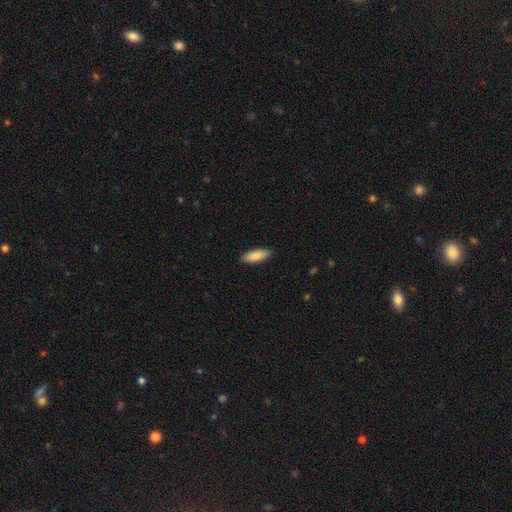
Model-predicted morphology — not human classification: Smooth or featured? Predicted: smooth (p=0.88). How rounded? Predicted: in between (p=0.66). Merging? Predicted: none (p=0.90).